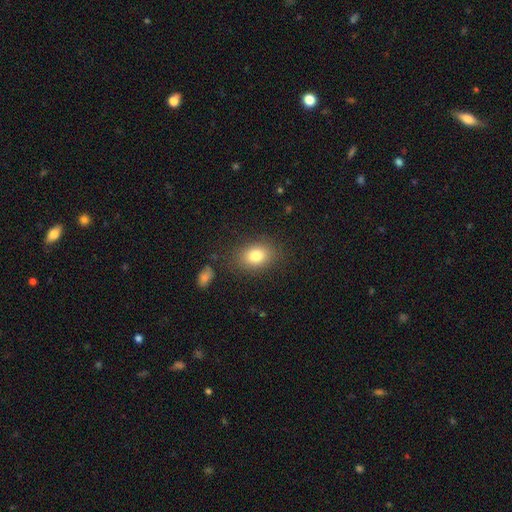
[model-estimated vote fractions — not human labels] Smooth or featured? smooth (80%)
How rounded? in between (72%)
Merging? none (82%)